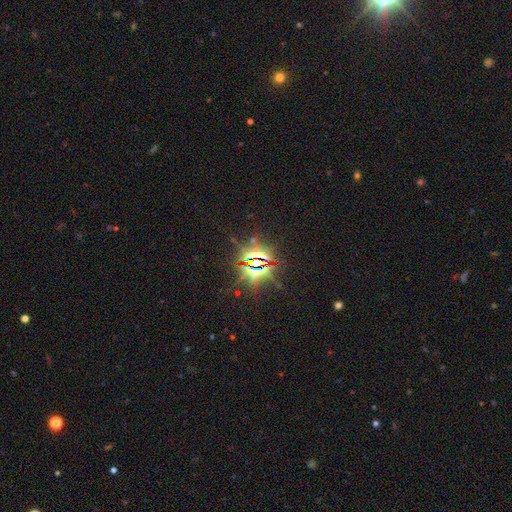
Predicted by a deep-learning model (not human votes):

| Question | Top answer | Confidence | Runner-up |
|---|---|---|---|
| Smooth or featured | star or artifact | 86% | smooth (7%) |